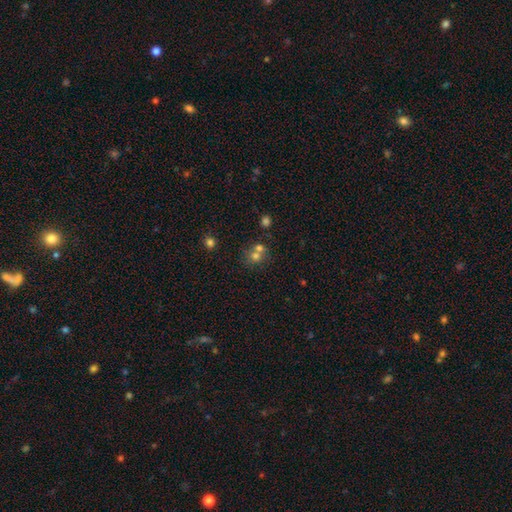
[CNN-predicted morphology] The model was most divided on "merging": merger: 49%, none: 41%, minor disturbance: 7%, major disturbance: 3%. More confident: how rounded — round (78%); smooth or featured — smooth (66%).